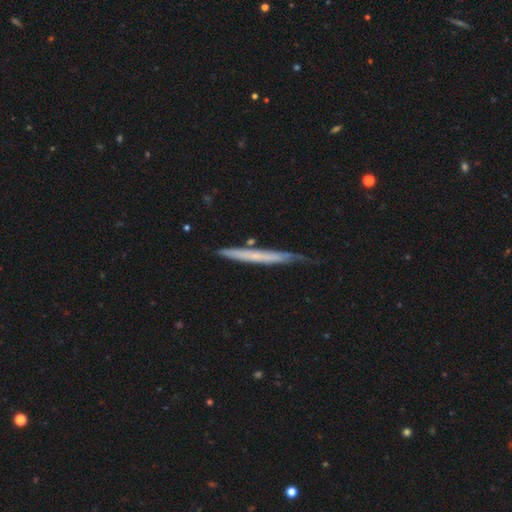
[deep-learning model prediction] A smooth galaxy with no disk features (47%).

Vote fractions:
- Smooth or featured? smooth: 47% / featured or disk: 46% / star or artifact: 7%
- Merging? none: 70% / minor disturbance: 23% / major disturbance: 4% / merger: 3%